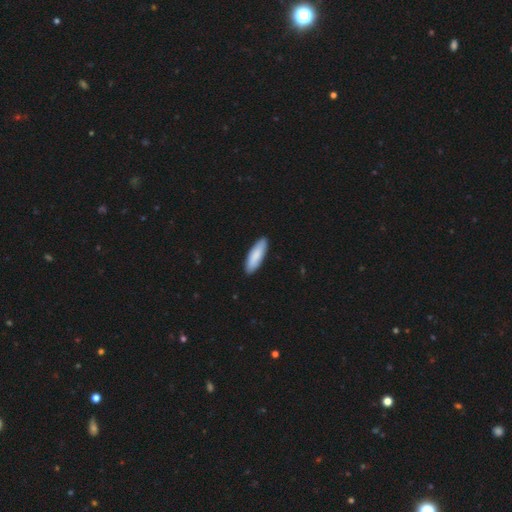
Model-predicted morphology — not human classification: Smooth or featured?
  - smooth: 86% *
  - featured or disk: 10%
  - star or artifact: 5%
How rounded?
  - cigar-shaped: 50% *
  - in between: 48%
  - round: 1%
Merging?
  - none: 90% *
  - minor disturbance: 7%
  - major disturbance: 1%
  - merger: 1%